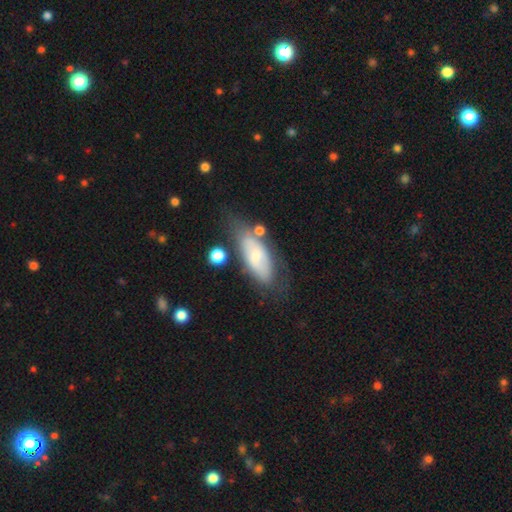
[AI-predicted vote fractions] Smooth or featured? smooth (54%)
How rounded? in between (76%)
Merging? none (57%)